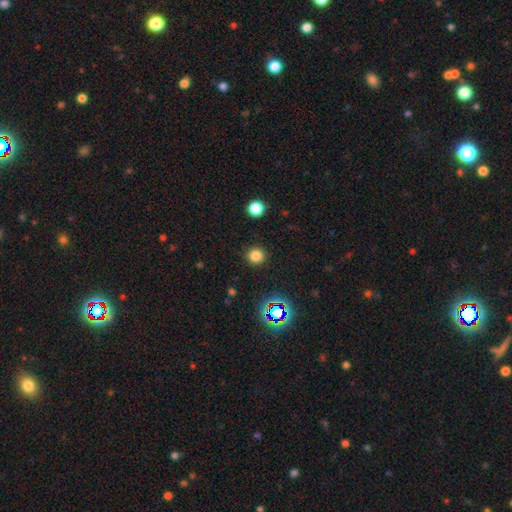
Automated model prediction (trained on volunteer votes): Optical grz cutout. It shows a smooth galaxy with no disk features (79%) that is round (93%). Merging: none (91%).